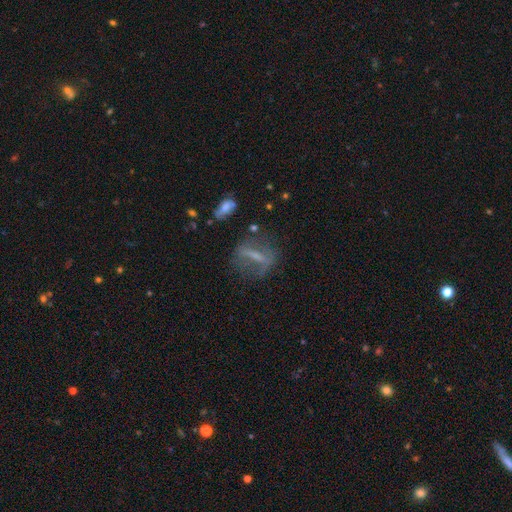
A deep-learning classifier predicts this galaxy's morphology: This appears to be a featured or disk galaxy (58%). Merging: none (59%).